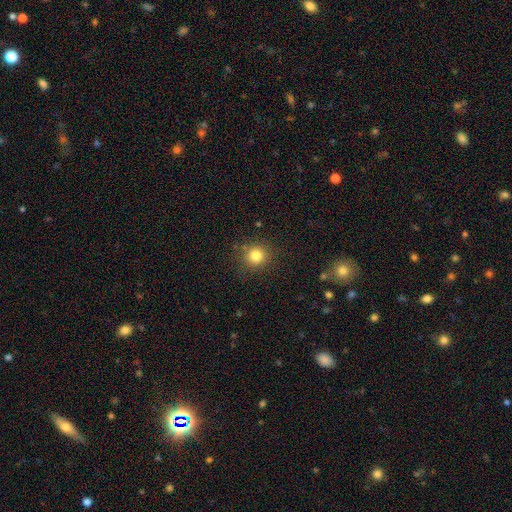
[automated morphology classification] The model was most divided on "smooth or featured": smooth: 82%, star or artifact: 13%, featured or disk: 6%. More confident: how rounded — round (92%); merging — none (87%).